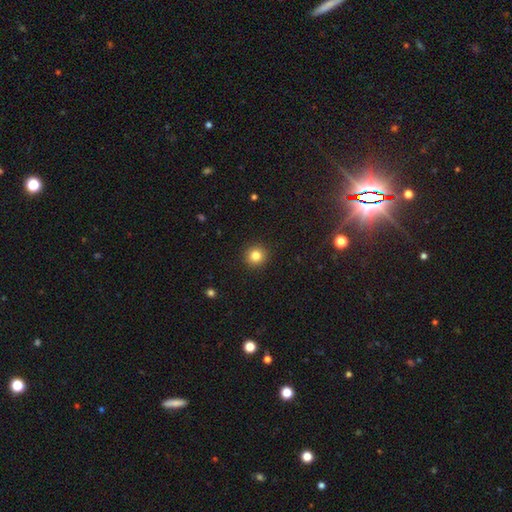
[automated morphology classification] The model was most divided on "smooth or featured": smooth: 82%, star or artifact: 12%, featured or disk: 6%. More confident: how rounded — round (94%); merging — none (93%).